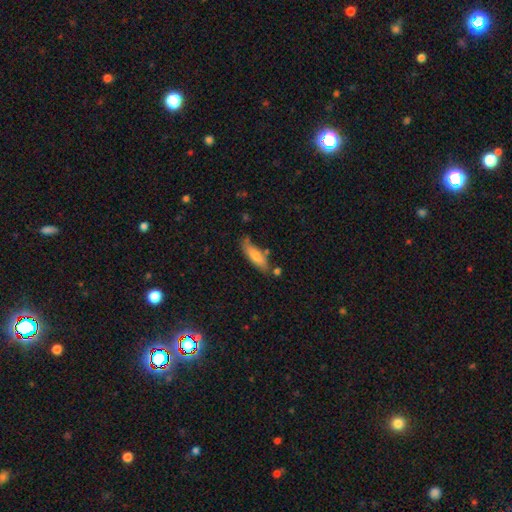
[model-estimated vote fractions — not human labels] smooth_or_featured: smooth (p=0.74) [alt: featured or disk p=0.19]
how_rounded: cigar-shaped (p=0.55) [alt: in between p=0.43]
merging: none (p=0.65) [alt: minor disturbance p=0.22]